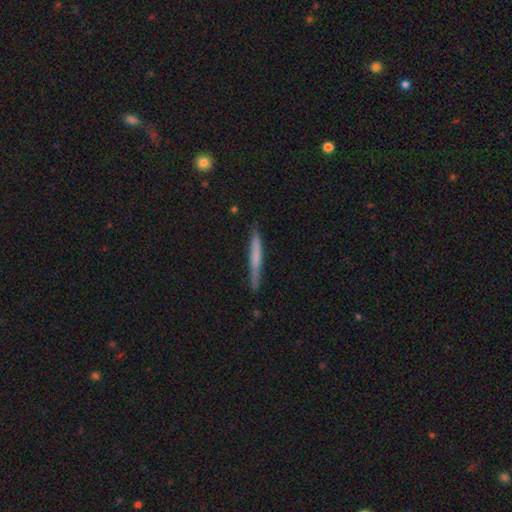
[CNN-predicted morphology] Smooth or featured?
  - smooth: 56% *
  - featured or disk: 38%
  - star or artifact: 6%
How rounded?
  - cigar-shaped: 96% *
  - in between: 3%
  - round: 1%
Merging?
  - none: 85% *
  - minor disturbance: 12%
  - major disturbance: 2%
  - merger: 2%